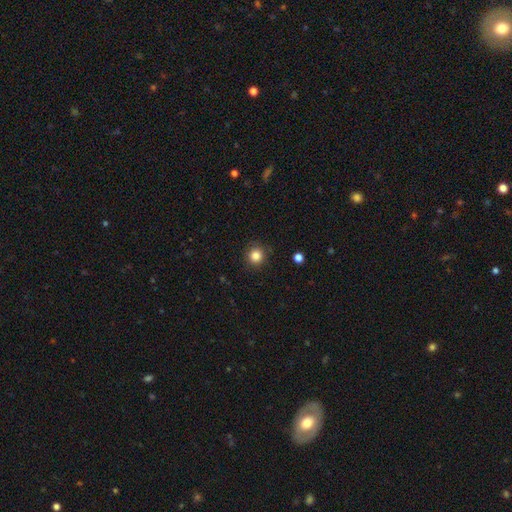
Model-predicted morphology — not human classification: This is clearly a smooth galaxy (84%). How rounded: clearly round (94%). Merging: clearly none (89%).